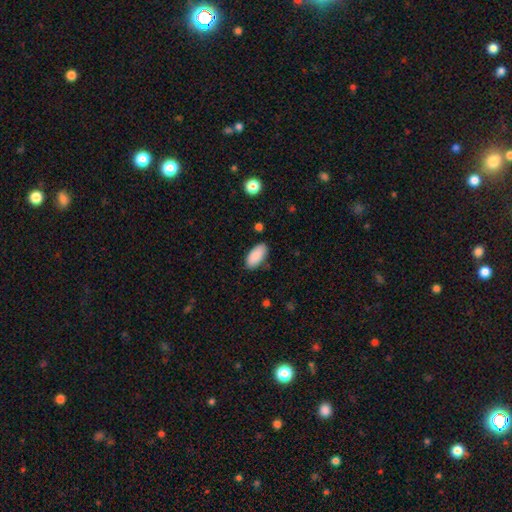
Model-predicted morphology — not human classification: smooth-or-featured: smooth: 89% | star or artifact: 6% | featured or disk: 5%
  how-rounded: in between: 93% | cigar-shaped: 5% | round: 2%
  merging: none: 83% | minor disturbance: 13% | major disturbance: 3% | merger: 2%